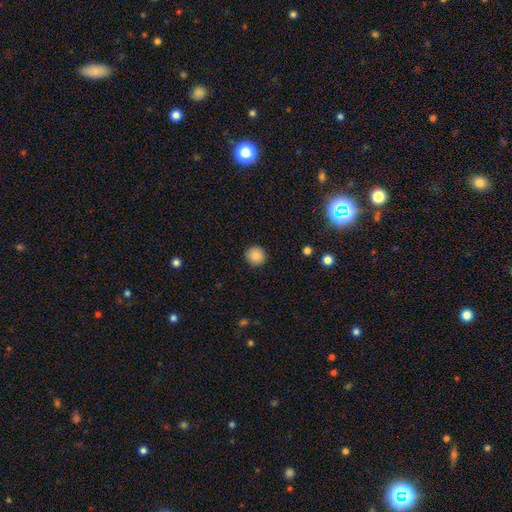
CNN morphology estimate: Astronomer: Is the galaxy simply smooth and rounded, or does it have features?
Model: smooth — 87%.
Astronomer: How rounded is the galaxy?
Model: round — 92%.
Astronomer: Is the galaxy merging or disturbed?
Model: none — 91%.